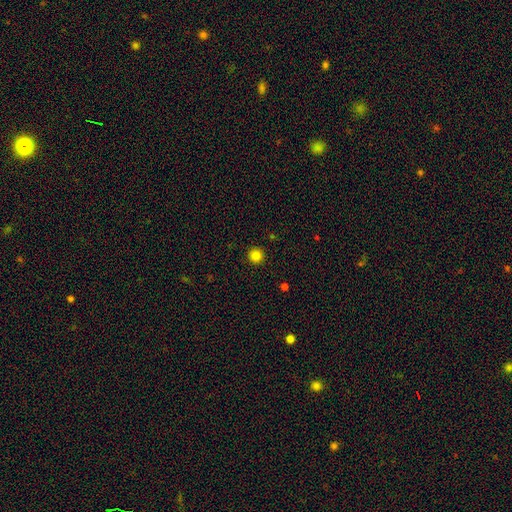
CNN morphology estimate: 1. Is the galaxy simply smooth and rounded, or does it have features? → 84% smooth, 12% star or artifact, 3% featured or disk.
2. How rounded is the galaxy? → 96% round, 3% in between, 1% cigar-shaped.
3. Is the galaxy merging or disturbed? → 93% none, 5% minor disturbance, 2% major disturbance, 1% merger.